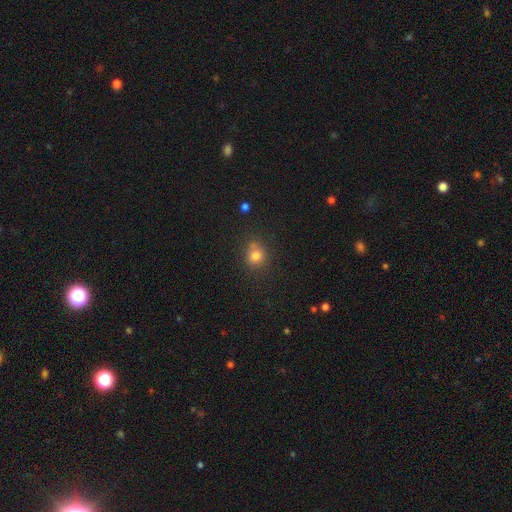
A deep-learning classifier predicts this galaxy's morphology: Q: Smooth or featured?
A: smooth (77%); runner-up: star or artifact (14%)
Q: How rounded?
A: round (80%); runner-up: in between (19%)
Q: Merging?
A: none (66%); runner-up: minor disturbance (15%)